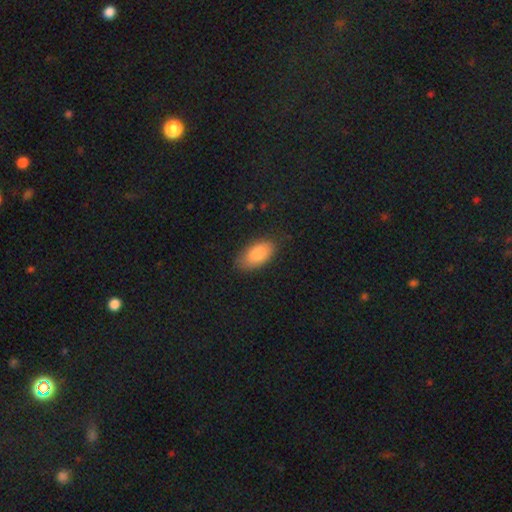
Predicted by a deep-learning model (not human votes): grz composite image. It shows a smooth galaxy with no disk features (83%) that is in between round and cigar-shaped (93%). Merging: none (82%).